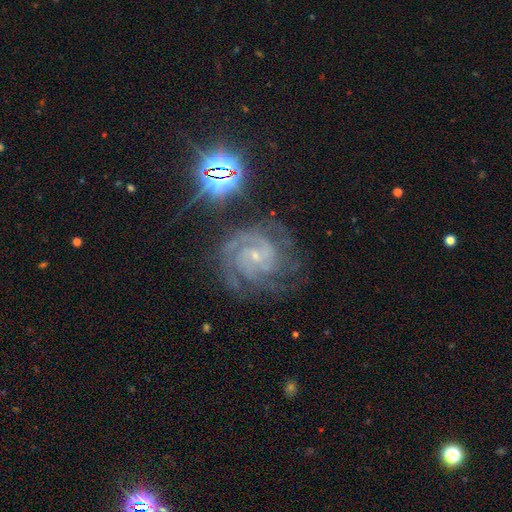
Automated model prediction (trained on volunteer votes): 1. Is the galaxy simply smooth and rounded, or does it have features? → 85% featured or disk, 11% star or artifact, 4% smooth.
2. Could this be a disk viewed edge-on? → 98% no, 2% yes.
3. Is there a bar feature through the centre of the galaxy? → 66% no, 26% weak, 9% strong.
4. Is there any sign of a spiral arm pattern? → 98% yes, 2% no.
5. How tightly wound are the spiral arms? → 67% tight, 30% medium, 4% loose.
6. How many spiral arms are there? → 33% 3, 23% 2, 16% 4, 14% can't tell, 7% more than 4, 6% 1.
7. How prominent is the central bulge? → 81% small, 14% moderate, 3% none, 1% large, 1% dominant.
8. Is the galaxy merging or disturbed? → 71% none, 18% minor disturbance, 10% major disturbance, 2% merger.